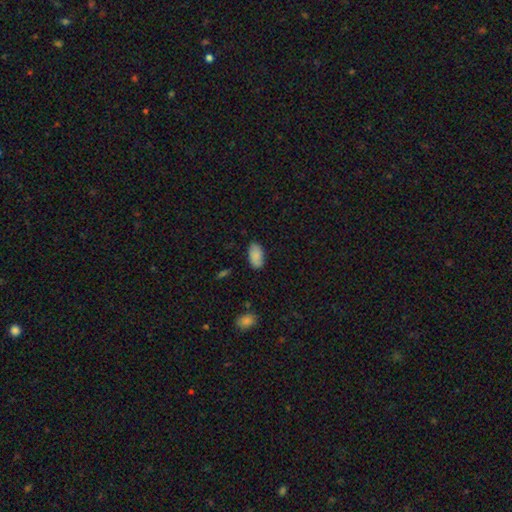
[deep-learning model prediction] Morphology: type=smooth (85%); roundness=in between (95%); merging=none (80%).